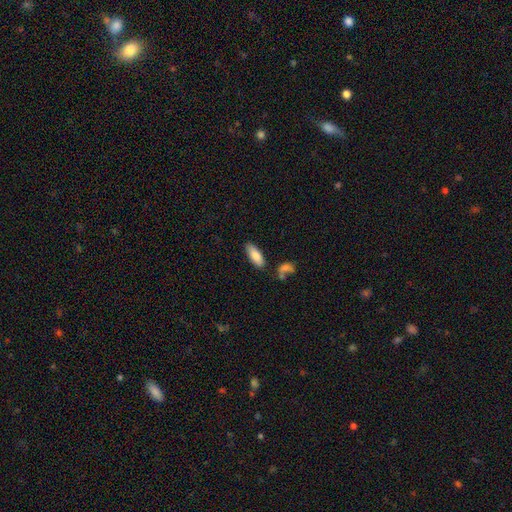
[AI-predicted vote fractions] A smooth galaxy with no disk features (83%) that is in between round and cigar-shaped (70%).

Vote fractions:
- Smooth or featured? smooth: 83% / featured or disk: 11% / star or artifact: 6%
- How rounded? in between: 70% / cigar-shaped: 29% / round: 2%
- Merging? none: 77% / minor disturbance: 14% / merger: 6% / major disturbance: 3%